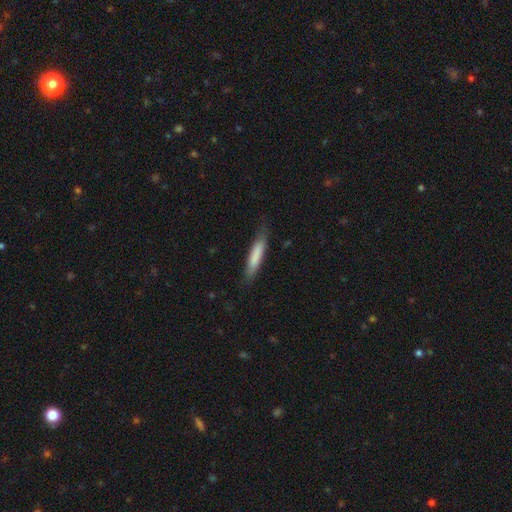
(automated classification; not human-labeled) Smooth or featured?
  - smooth: 79% *
  - featured or disk: 15%
  - star or artifact: 6%
How rounded?
  - cigar-shaped: 87% *
  - in between: 12%
  - round: 1%
Merging?
  - none: 79% *
  - minor disturbance: 16%
  - major disturbance: 3%
  - merger: 1%